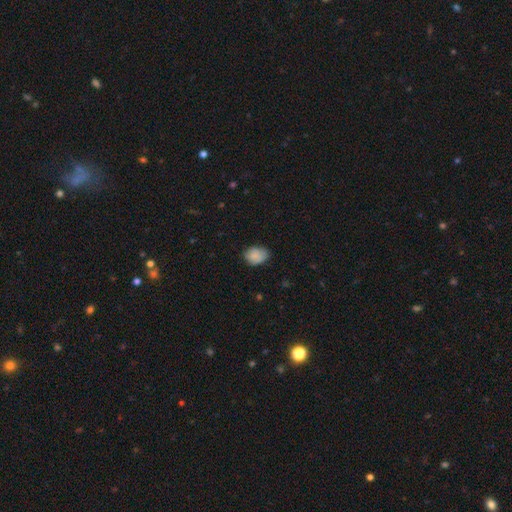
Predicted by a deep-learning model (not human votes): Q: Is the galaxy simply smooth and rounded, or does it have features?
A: smooth — 84%.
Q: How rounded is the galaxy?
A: in between — 67%.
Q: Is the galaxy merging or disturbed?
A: none — 66%.